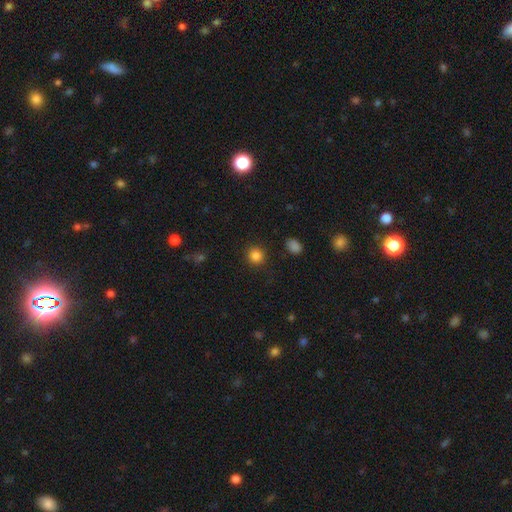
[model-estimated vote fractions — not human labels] This appears to be a smooth galaxy with no disk features (84%) that is round (94%). Merging: none (90%).